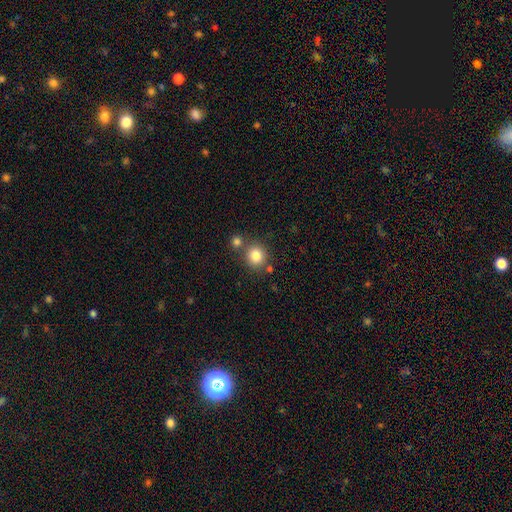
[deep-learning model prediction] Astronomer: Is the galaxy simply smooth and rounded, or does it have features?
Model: smooth — 82%.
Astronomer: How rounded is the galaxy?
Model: round — 85%.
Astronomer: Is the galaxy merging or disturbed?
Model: none — 72%.